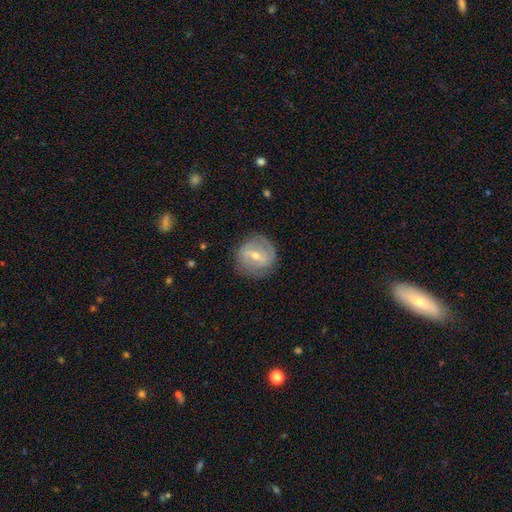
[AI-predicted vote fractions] Q: Smooth or featured?
A: featured or disk (72%); runner-up: smooth (21%)
Q: Edge-on disk?
A: no (95%); runner-up: yes (5%)
Q: Bar?
A: weak (44%); runner-up: strong (40%)
Q: Spiral arms?
A: yes (76%); runner-up: no (24%)
Q: Spiral winding?
A: tight (53%); runner-up: medium (33%)
Q: Spiral arm count?
A: 2 (61%); runner-up: can't tell (26%)
Q: Bulge size?
A: small (49%); runner-up: moderate (48%)
Q: Merging?
A: none (80%); runner-up: minor disturbance (13%)